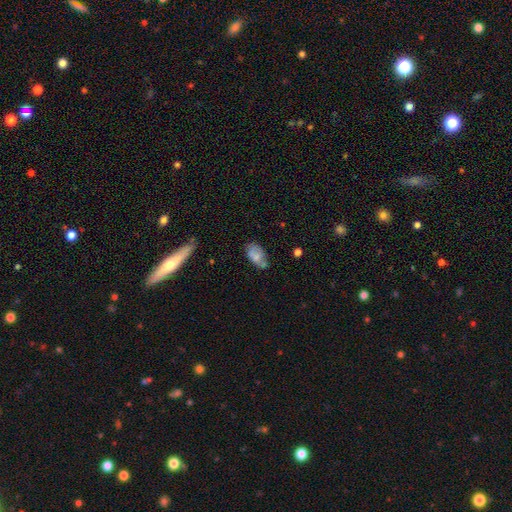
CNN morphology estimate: The model was most divided on "merging": none: 49%, minor disturbance: 32%, major disturbance: 10%, merger: 10%. More confident: how rounded — in between (91%); smooth or featured — smooth (66%).